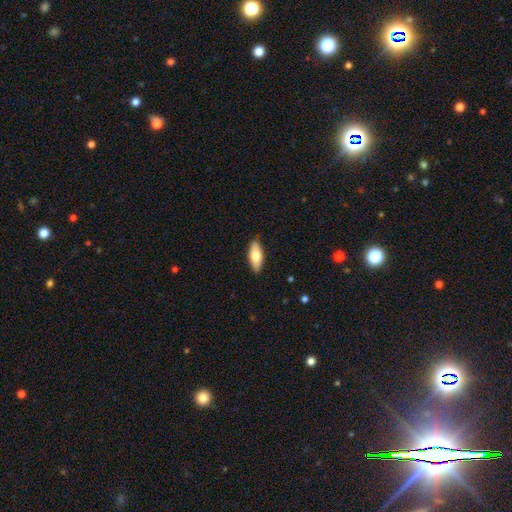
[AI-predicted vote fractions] A smooth galaxy with no disk features (74%) that is in between round and cigar-shaped (74%).

Vote fractions:
- Smooth or featured? smooth: 74% / featured or disk: 21% / star or artifact: 6%
- How rounded? in between: 74% / cigar-shaped: 23% / round: 2%
- Merging? none: 87% / minor disturbance: 10% / major disturbance: 2% / merger: 1%